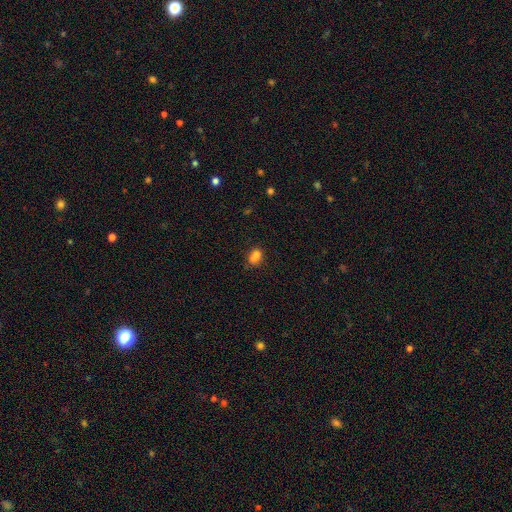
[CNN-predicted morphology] Smooth or featured: smooth — 74% (featured or disk — 13%)
How rounded: in between — 54% (round — 45%)
Merging: merger — 40% (none — 39%)